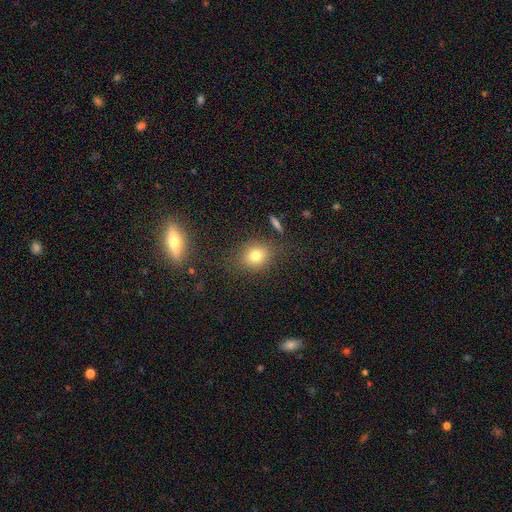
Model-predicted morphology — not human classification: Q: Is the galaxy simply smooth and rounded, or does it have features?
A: smooth — 75%.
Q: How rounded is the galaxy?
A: round — 64%.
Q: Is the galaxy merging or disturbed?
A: none — 78%.